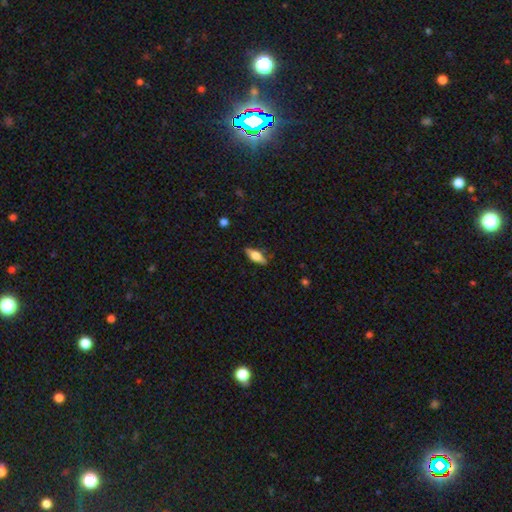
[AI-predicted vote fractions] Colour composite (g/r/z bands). It shows a smooth galaxy with no disk features (51%) that is in between round and cigar-shaped (68%). Merging: none (84%).